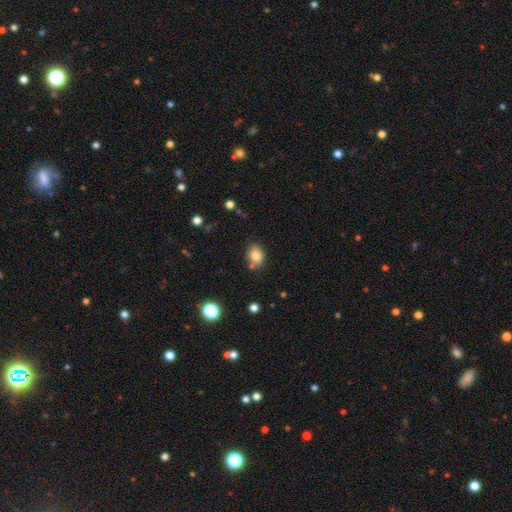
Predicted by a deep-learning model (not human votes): This appears to be a smooth galaxy with no disk features (82%) that is in between round and cigar-shaped (63%). Merging: none (72%).